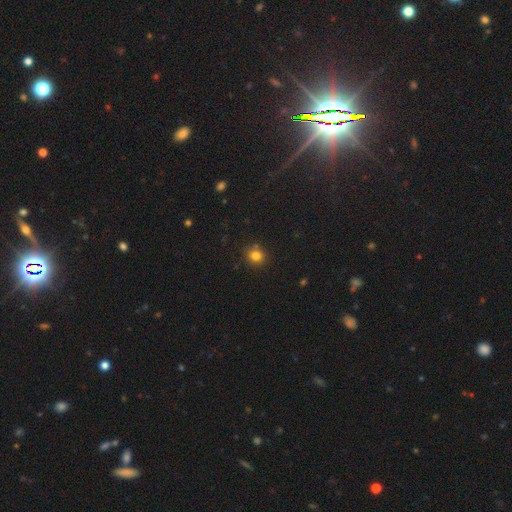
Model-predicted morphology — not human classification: smooth-or-featured: smooth: 79% | star or artifact: 14% | featured or disk: 6%
  how-rounded: round: 82% | in between: 17% | cigar-shaped: 1%
  merging: none: 81% | minor disturbance: 11% | merger: 5% | major disturbance: 3%